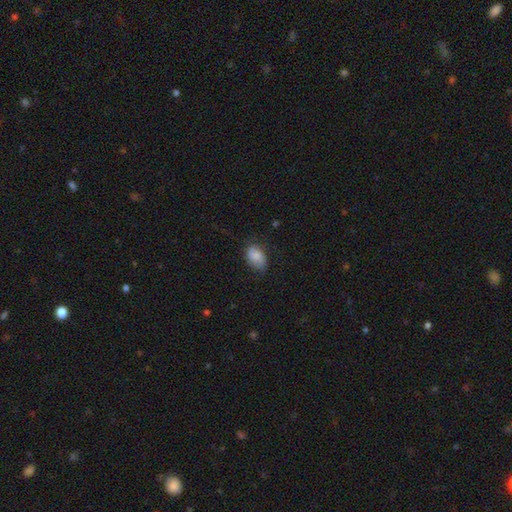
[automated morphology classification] A smooth galaxy with no disk features (82%) that is in between round and cigar-shaped (88%). Merging: none (69%).